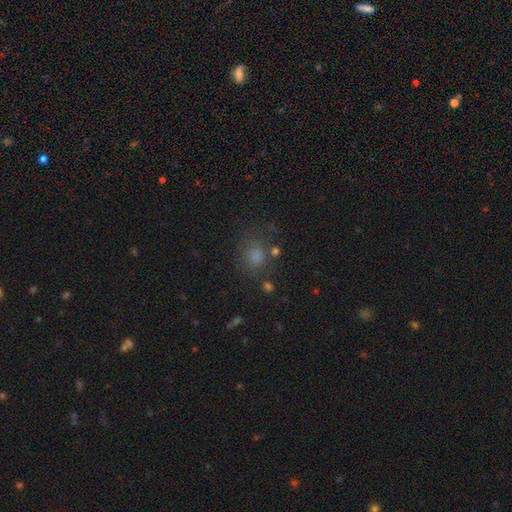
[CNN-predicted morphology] smooth 73%, star or artifact 19%, featured or disk 8%. Down the decision tree: how rounded — round (68%); merging — none (69%).